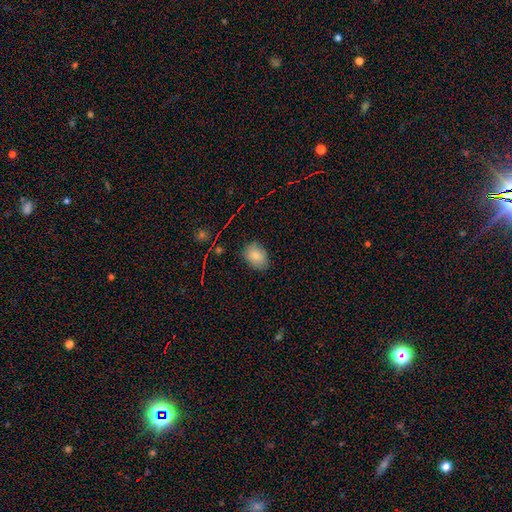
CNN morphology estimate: This appears to be a smooth galaxy with no disk features (84%) that is in between round and cigar-shaped (79%). Merging: none (81%).